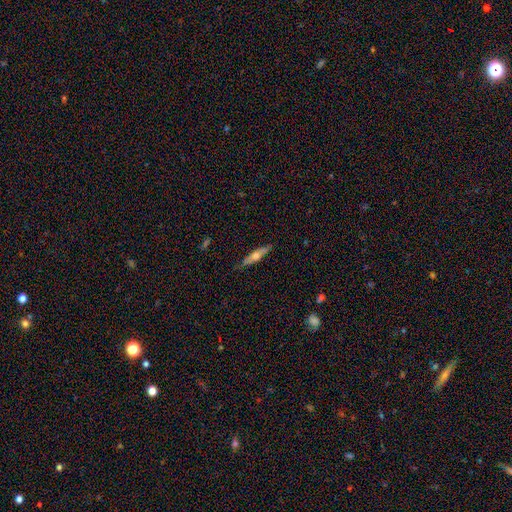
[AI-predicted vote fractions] A featured or disk galaxy (54%) viewed edge-on (91%). Merging: none (85%).